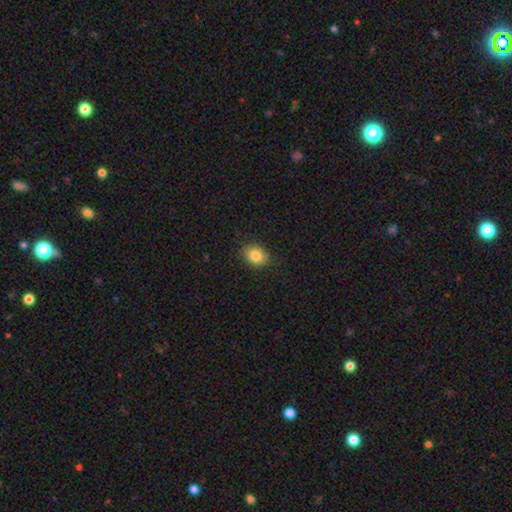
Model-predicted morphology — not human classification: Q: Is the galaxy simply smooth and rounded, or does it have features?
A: smooth — 83%.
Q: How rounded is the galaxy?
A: in between — 58%.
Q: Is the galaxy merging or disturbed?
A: none — 86%.